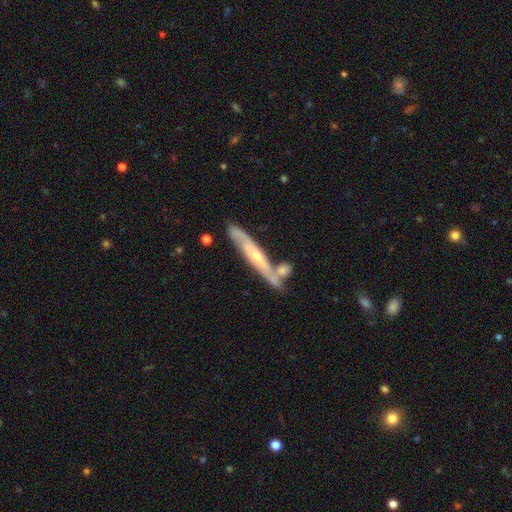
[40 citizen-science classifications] This is clearly a featured or disk galaxy (90%). It is likely viewed edge-on (78%). Edge-on bulge: likely rounded (64%). Merging: likely none (63%).